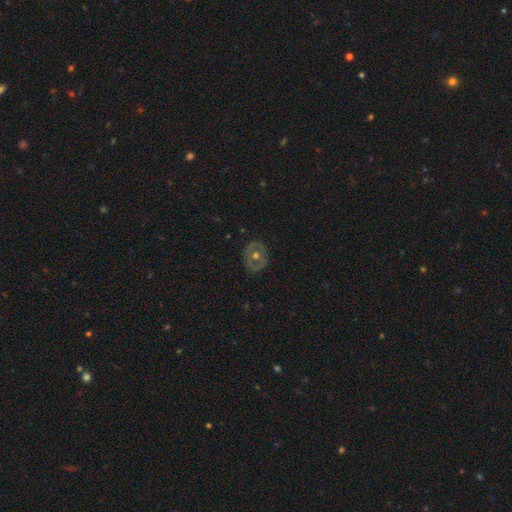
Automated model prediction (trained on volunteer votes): A featured or disk galaxy (59%) with no bar (86%), no spiral arms (81%) and a moderate central bulge (74%). Merging: none (82%).